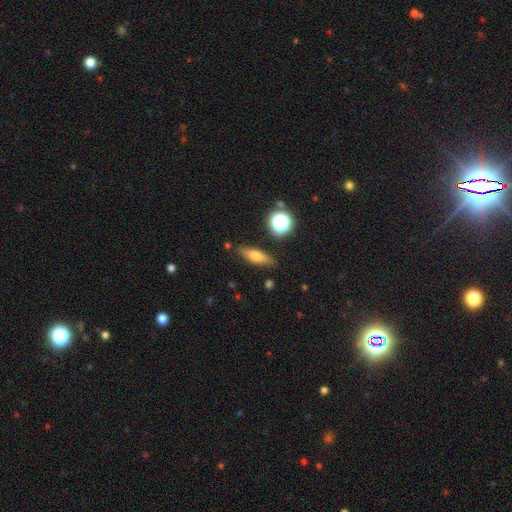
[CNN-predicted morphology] Smooth or featured? smooth (63%)
How rounded? cigar-shaped (48%)
Merging? none (83%)